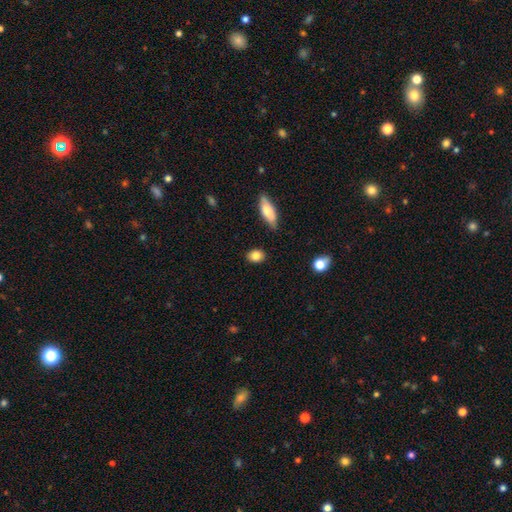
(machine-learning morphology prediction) smooth 84%, star or artifact 8%, featured or disk 7%. Down the decision tree: how rounded — in between (56%); merging — none (86%).